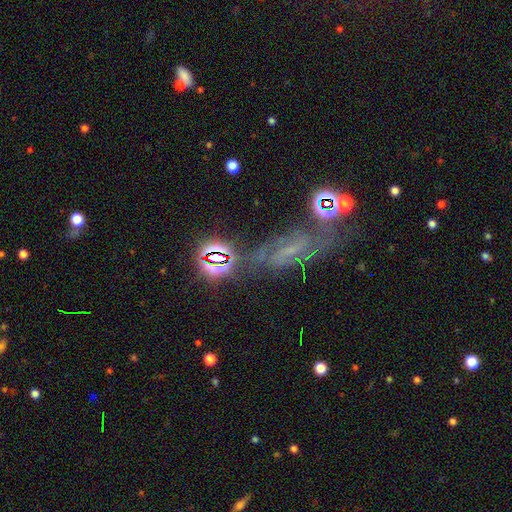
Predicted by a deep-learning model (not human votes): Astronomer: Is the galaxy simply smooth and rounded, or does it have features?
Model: featured or disk — 51% (runner-up: star or artifact, 33%).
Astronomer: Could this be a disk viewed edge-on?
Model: no — 84%.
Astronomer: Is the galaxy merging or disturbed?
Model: none — 50%.